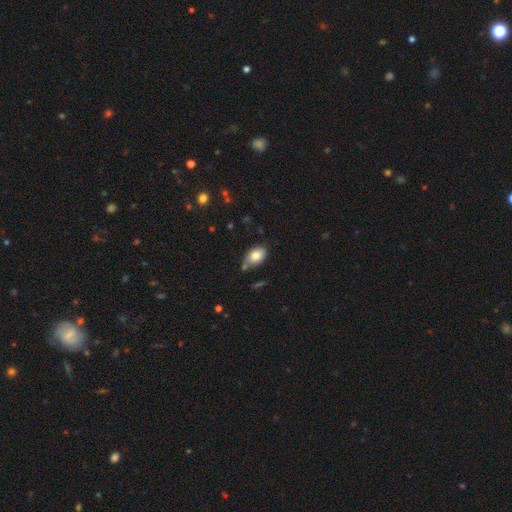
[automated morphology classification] Smooth or featured: smooth — 80% (featured or disk — 12%)
How rounded: in between — 88% (round — 10%)
Merging: none — 64% (minor disturbance — 23%)